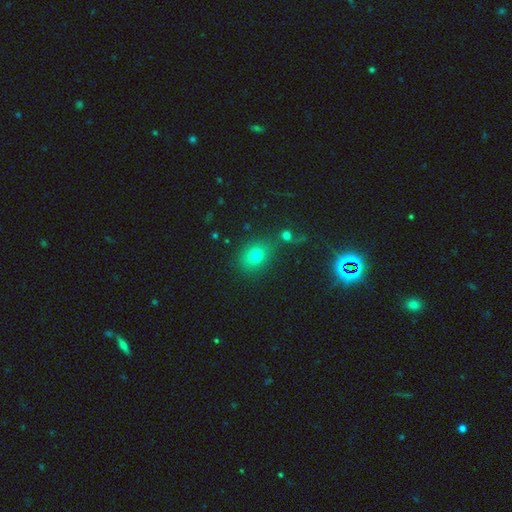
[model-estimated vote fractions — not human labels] A smooth galaxy with no disk features (73%) that is round (52%).

Vote fractions:
- Smooth or featured? smooth: 73% / star or artifact: 17% / featured or disk: 10%
- How rounded? round: 52% / in between: 47% / cigar-shaped: 1%
- Merging? none: 72% / merger: 12% / minor disturbance: 11% / major disturbance: 5%